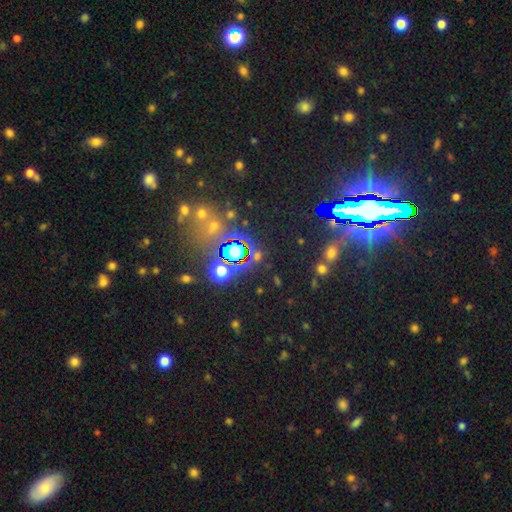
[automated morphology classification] A star or artifact, not a galaxy (69%).